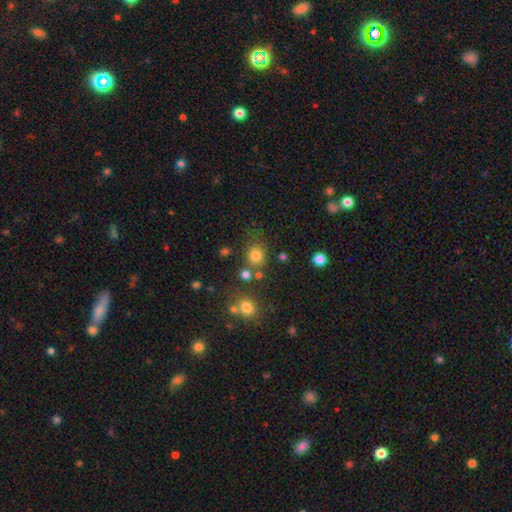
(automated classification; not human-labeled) The model was most divided on "merging": none: 67%, minor disturbance: 14%, merger: 13%, major disturbance: 6%. More confident: how rounded — round (79%); smooth or featured — smooth (76%).